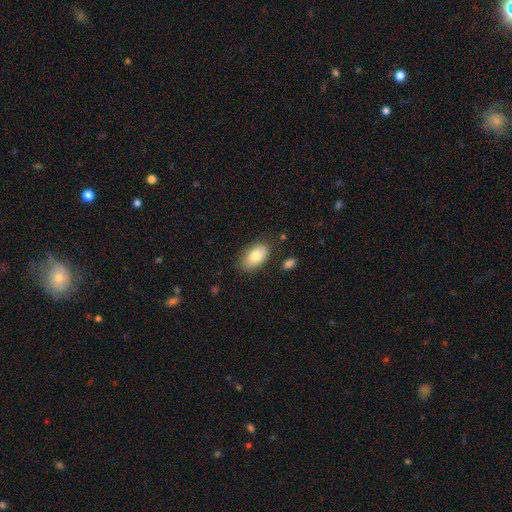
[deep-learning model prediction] Overall: smooth (81%). How rounded: in between (93%). Merging: none (78%).